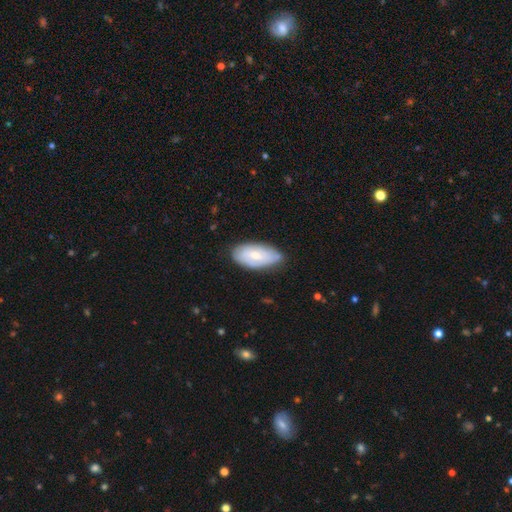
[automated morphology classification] Smooth or featured?
  - smooth: 51% *
  - featured or disk: 43%
  - star or artifact: 6%
How rounded?
  - in between: 91% *
  - cigar-shaped: 6%
  - round: 3%
Merging?
  - none: 68% *
  - minor disturbance: 25%
  - major disturbance: 4%
  - merger: 2%